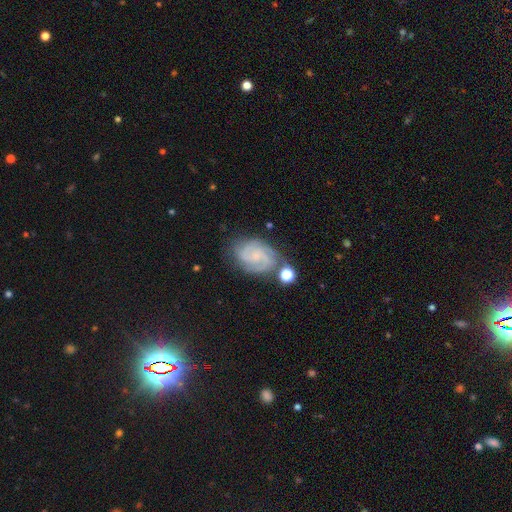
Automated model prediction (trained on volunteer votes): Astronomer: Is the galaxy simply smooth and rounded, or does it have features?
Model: featured or disk — 82%.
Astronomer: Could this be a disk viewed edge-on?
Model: no — 98%.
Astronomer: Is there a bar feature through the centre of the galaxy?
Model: no — 57% (runner-up: weak, 36%).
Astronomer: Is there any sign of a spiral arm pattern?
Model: yes — 97%.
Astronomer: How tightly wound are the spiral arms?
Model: tight — 56% (runner-up: medium, 37%).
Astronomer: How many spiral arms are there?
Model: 2 — 46% (runner-up: 3, 29%).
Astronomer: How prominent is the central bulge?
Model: small — 60%.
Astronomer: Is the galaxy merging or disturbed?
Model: none — 70%.